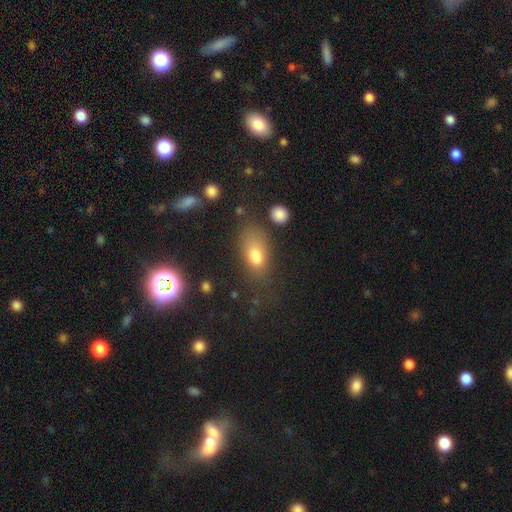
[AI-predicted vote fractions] smooth-or-featured: smooth: 72% | star or artifact: 15% | featured or disk: 13%
  how-rounded: in between: 82% | round: 10% | cigar-shaped: 7%
  merging: none: 53% | minor disturbance: 23% | major disturbance: 15% | merger: 9%